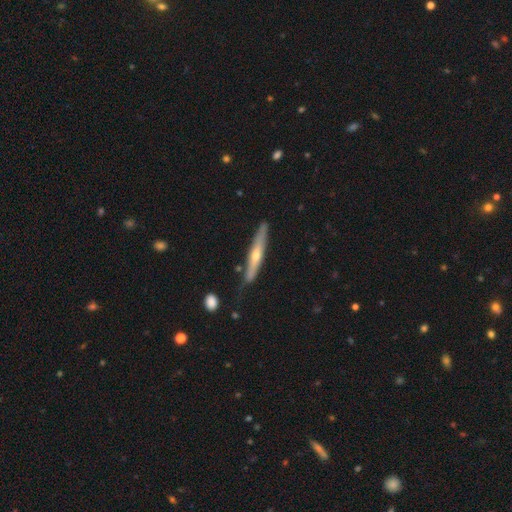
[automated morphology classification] Overall: featured or disk (66%; smooth 28%). Edge-on disk: yes (93%). Edge-on bulge: rounded (84%). Merging: none (81%).